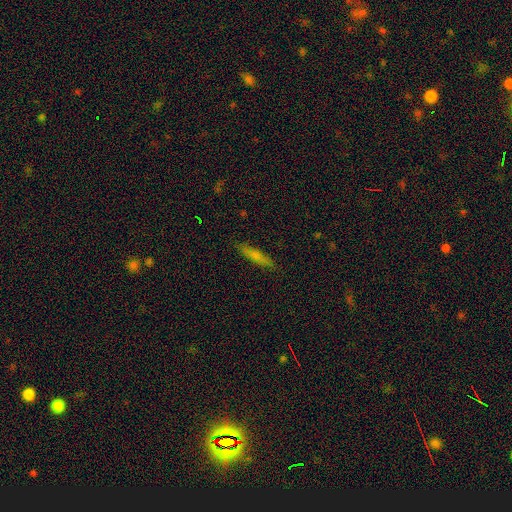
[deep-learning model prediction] Smooth or featured: smooth — 70% (featured or disk — 22%)
How rounded: cigar-shaped — 85% (in between — 13%)
Merging: none — 88% (minor disturbance — 9%)